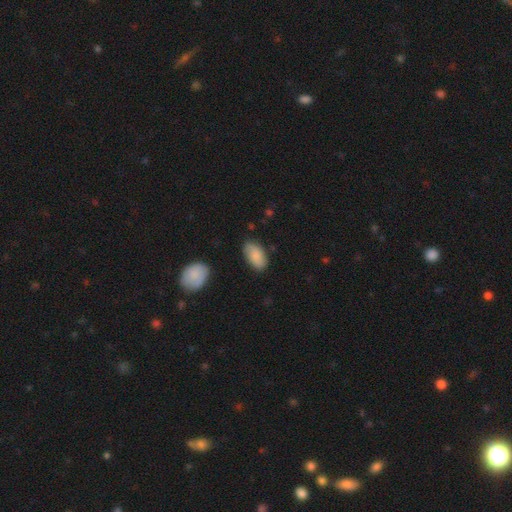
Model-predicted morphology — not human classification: The model was most divided on "merging": none: 78%, minor disturbance: 17%, major disturbance: 3%, merger: 2%. More confident: how rounded — in between (94%); smooth or featured — smooth (81%).